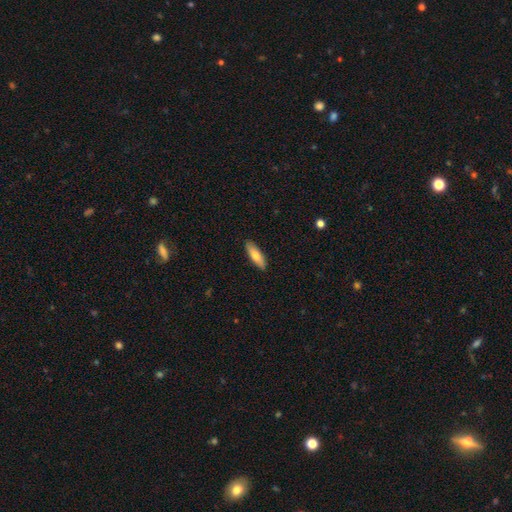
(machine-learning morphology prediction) smooth_or_featured: smooth (p=0.78) [alt: featured or disk p=0.17]
how_rounded: in between (p=0.50) [alt: cigar-shaped p=0.48]
merging: none (p=0.89) [alt: minor disturbance p=0.08]